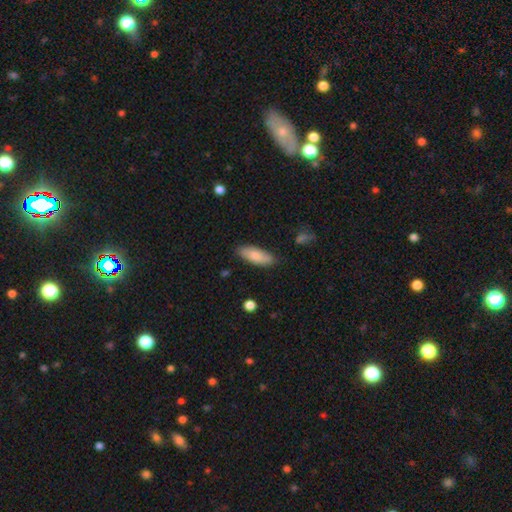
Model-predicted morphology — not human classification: Smooth or featured? smooth (81%)
How rounded? in between (73%)
Merging? none (82%)